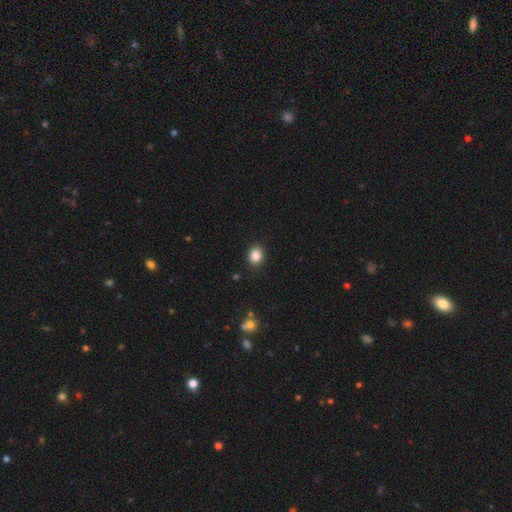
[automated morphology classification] Overall: smooth (85%). How rounded: round (60%; in between 39%). Merging: none (90%).